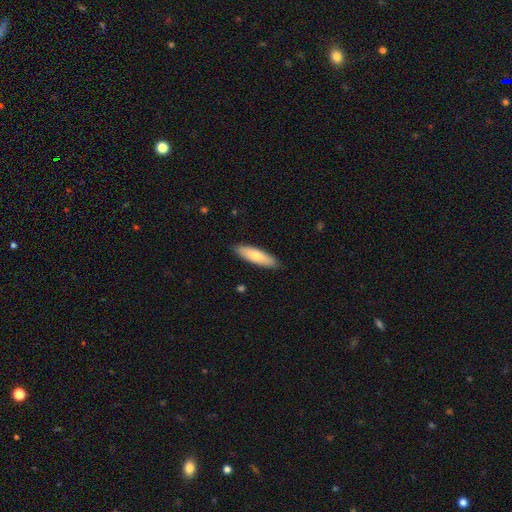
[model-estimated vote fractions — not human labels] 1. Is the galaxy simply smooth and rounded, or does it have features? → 73% smooth, 22% featured or disk, 5% star or artifact.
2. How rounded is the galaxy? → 61% cigar-shaped, 37% in between, 2% round.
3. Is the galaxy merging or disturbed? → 89% none, 8% minor disturbance, 1% major disturbance, 1% merger.